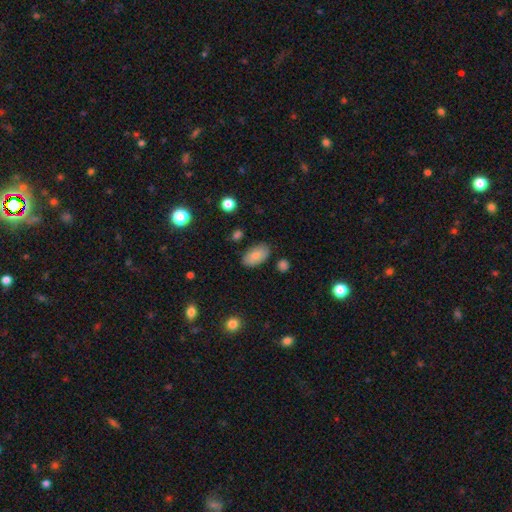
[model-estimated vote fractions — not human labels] Q: Smooth or featured?
A: smooth (83%); runner-up: featured or disk (9%)
Q: How rounded?
A: in between (94%); runner-up: round (4%)
Q: Merging?
A: none (81%); runner-up: minor disturbance (13%)